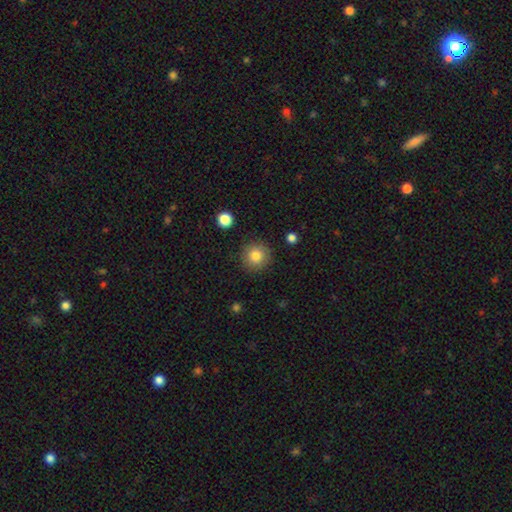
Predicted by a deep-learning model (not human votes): Smooth or featured? smooth (82%)
How rounded? round (94%)
Merging? none (89%)